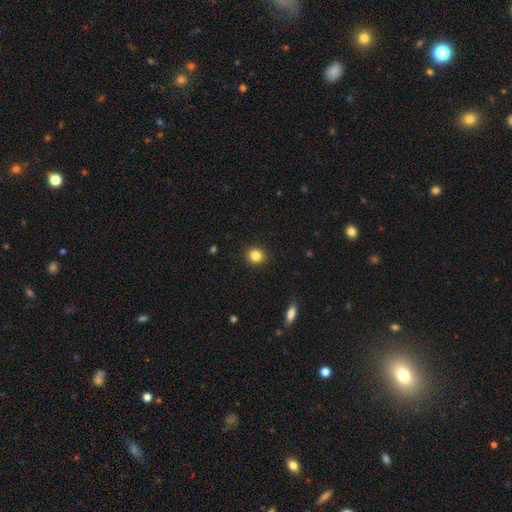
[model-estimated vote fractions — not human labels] Q: Smooth or featured?
A: smooth (84%); runner-up: star or artifact (11%)
Q: How rounded?
A: round (81%); runner-up: in between (18%)
Q: Merging?
A: none (92%); runner-up: minor disturbance (5%)